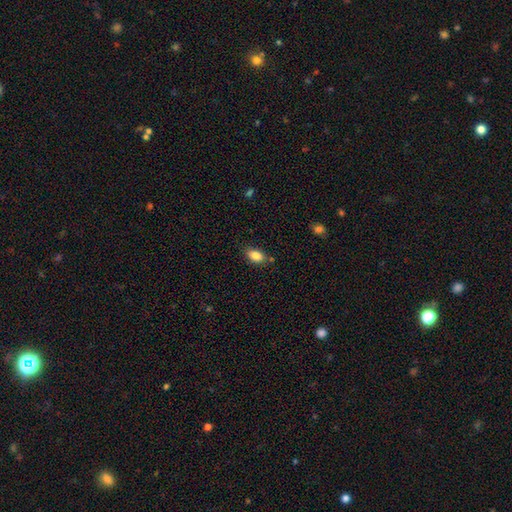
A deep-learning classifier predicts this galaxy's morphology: Overall: smooth (86%). How rounded: in between (89%). Merging: none (77%).